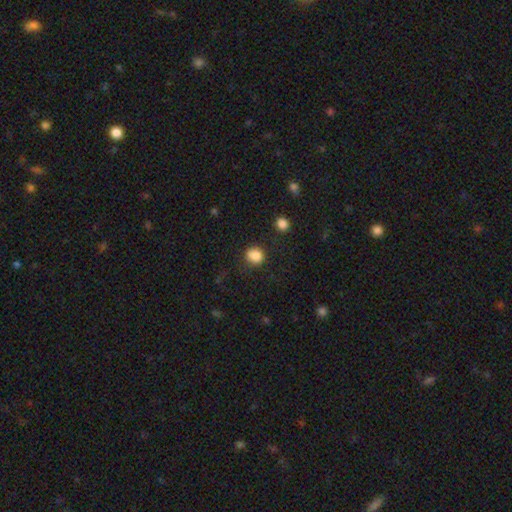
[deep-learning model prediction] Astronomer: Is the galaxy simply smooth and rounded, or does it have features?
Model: smooth — 85%.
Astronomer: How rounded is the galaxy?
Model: round — 78%.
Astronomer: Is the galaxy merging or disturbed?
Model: none — 76%.